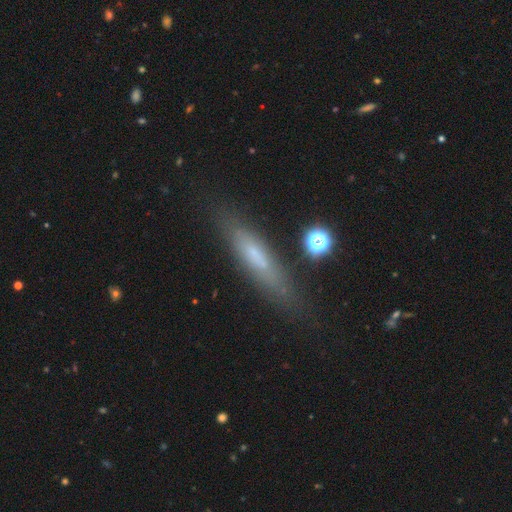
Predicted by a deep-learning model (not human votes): This appears to be a smooth galaxy with no disk features (52%) that is cigar-shaped (81%). Merging: none (77%).